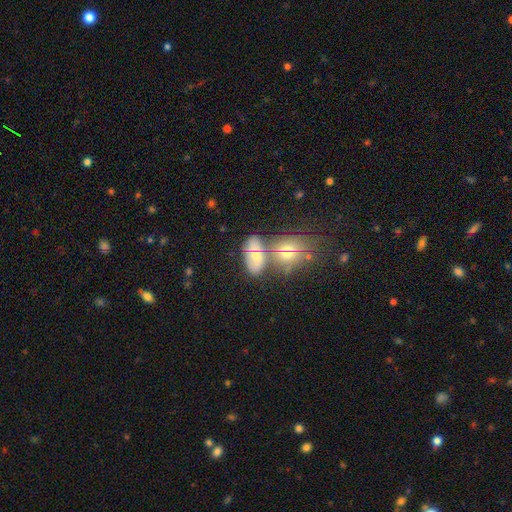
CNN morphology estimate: Q: Smooth or featured?
A: smooth (54%); runner-up: featured or disk (30%)
Q: How rounded?
A: in between (85%); runner-up: round (12%)
Q: Merging?
A: merger (39%); runner-up: none (38%)